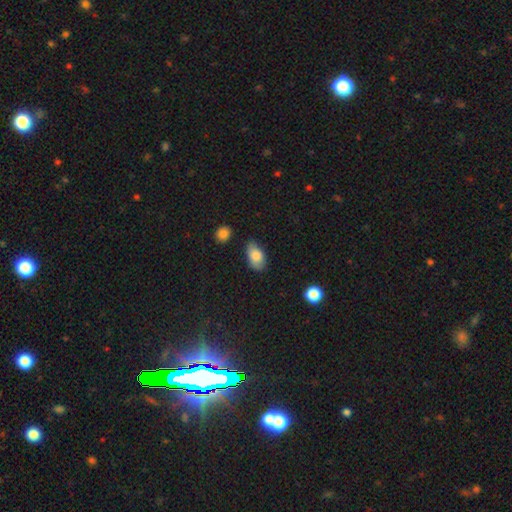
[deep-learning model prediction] smooth 83%, featured or disk 9%, star or artifact 7%. Down the decision tree: how rounded — in between (92%); merging — none (68%).